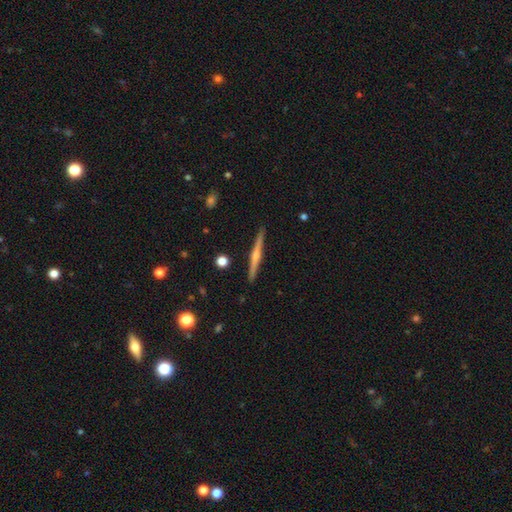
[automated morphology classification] Smooth or featured: featured or disk — 66% (smooth — 28%)
Edge-on disk: yes — 98% (no — 2%)
Edge-on bulge: rounded — 70% (none — 20%)
Merging: none — 91% (minor disturbance — 6%)